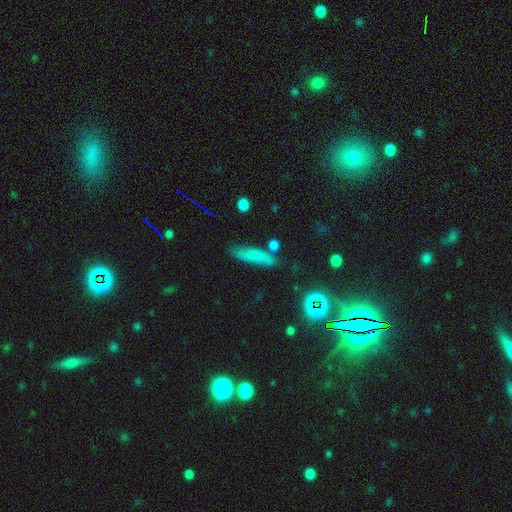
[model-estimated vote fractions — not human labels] smooth_or_featured: smooth (p=0.68) [alt: featured or disk p=0.18]
how_rounded: cigar-shaped (p=0.66) [alt: in between p=0.30]
merging: none (p=0.70) [alt: minor disturbance p=0.19]